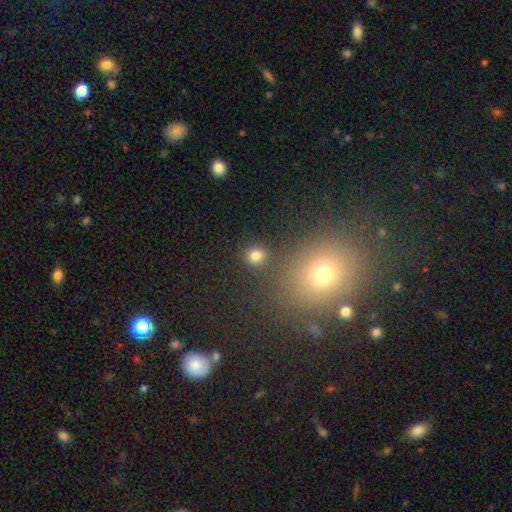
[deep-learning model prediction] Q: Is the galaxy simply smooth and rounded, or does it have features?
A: smooth — 80%.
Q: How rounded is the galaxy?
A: round — 85%.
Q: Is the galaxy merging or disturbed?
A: none — 84%.